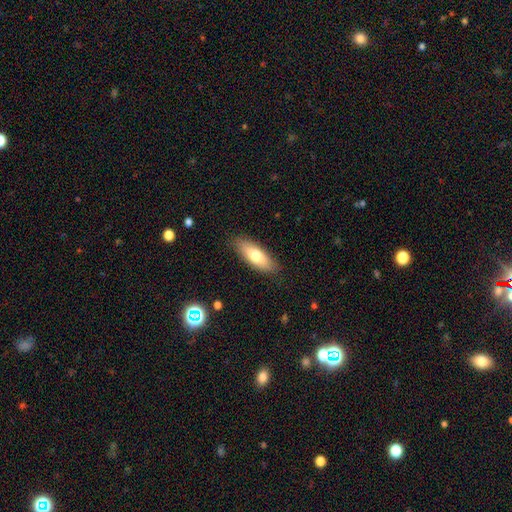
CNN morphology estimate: smooth 72%, featured or disk 22%, star or artifact 6%. Down the decision tree: how rounded — in between (70%); merging — none (86%).